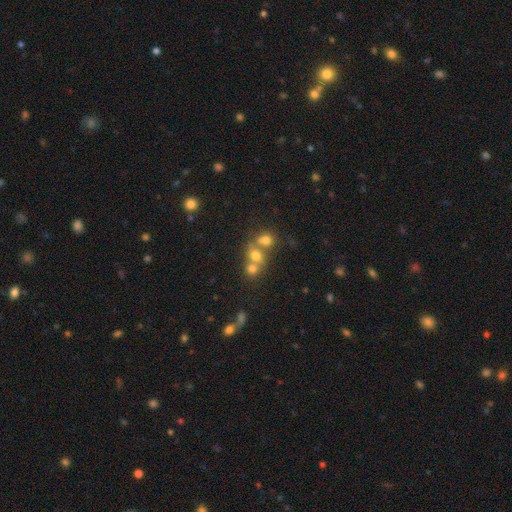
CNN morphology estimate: The model was most divided on "merging": merger: 55%, none: 35%, minor disturbance: 7%, major disturbance: 4%. More confident: how rounded — round (71%); smooth or featured — smooth (64%).